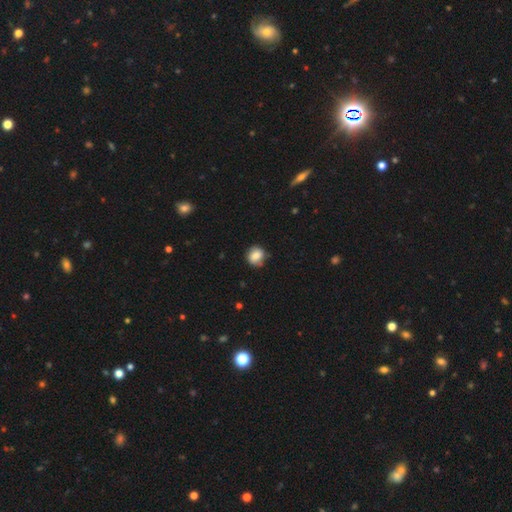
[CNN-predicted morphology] smooth-or-featured: smooth: 81% | featured or disk: 10% | star or artifact: 9%
  how-rounded: round: 76% | in between: 23% | cigar-shaped: 1%
  merging: none: 73% | minor disturbance: 20% | major disturbance: 4% | merger: 2%